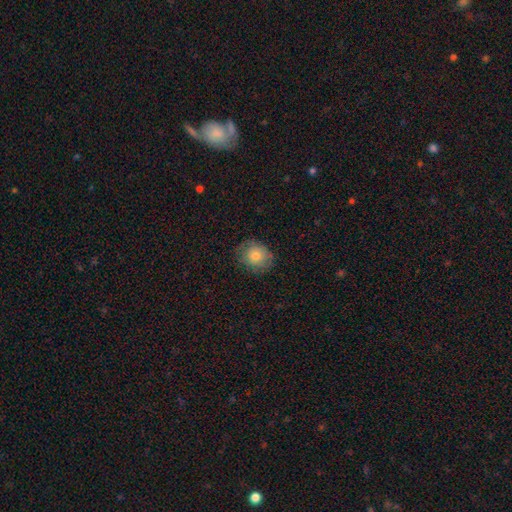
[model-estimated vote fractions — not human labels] This is likely a smooth galaxy (75%). How rounded: likely round (69%). Merging: likely none (77%).